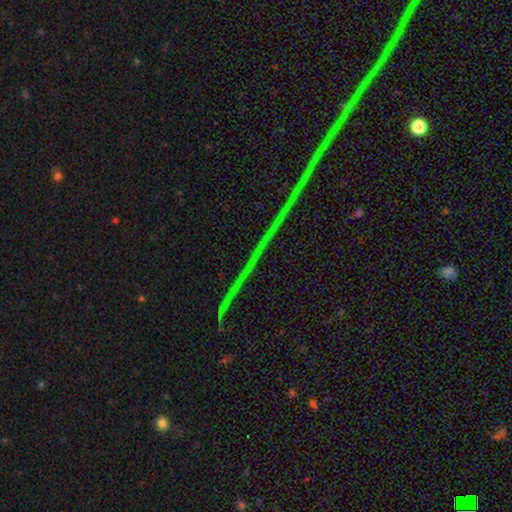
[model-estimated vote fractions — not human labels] A star or artifact, not a galaxy (83%).

Vote fractions:
- Smooth or featured? star or artifact: 83% / featured or disk: 11% / smooth: 6%